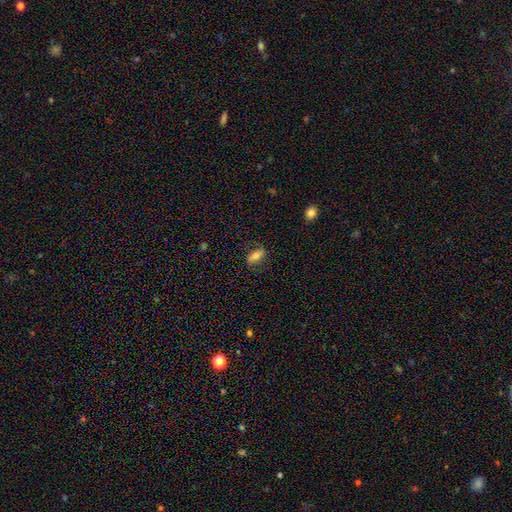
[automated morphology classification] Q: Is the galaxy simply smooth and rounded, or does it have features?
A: smooth — 69%.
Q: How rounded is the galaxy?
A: in between — 80%.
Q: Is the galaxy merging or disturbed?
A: none — 78%.